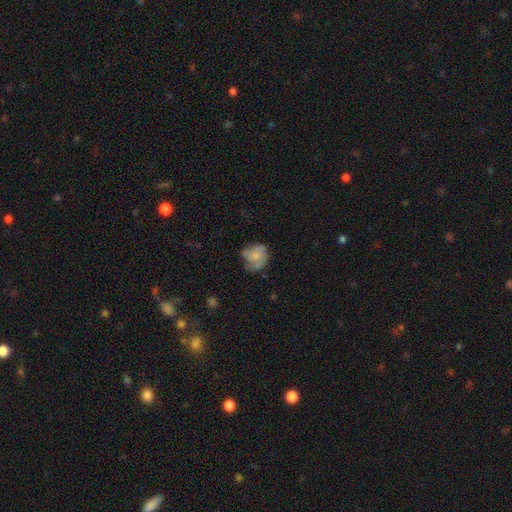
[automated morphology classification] smooth 52%, featured or disk 39%, star or artifact 10%. Down the decision tree: how rounded — round (67%); merging — none (51%).